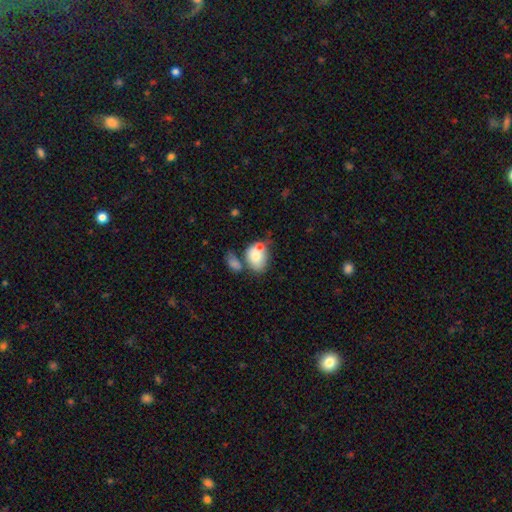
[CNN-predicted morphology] Smooth or featured?
  - smooth: 72% *
  - featured or disk: 20%
  - star or artifact: 8%
How rounded?
  - in between: 67% *
  - round: 32%
  - cigar-shaped: 1%
Merging?
  - merger: 42% *
  - none: 35%
  - minor disturbance: 16%
  - major disturbance: 7%